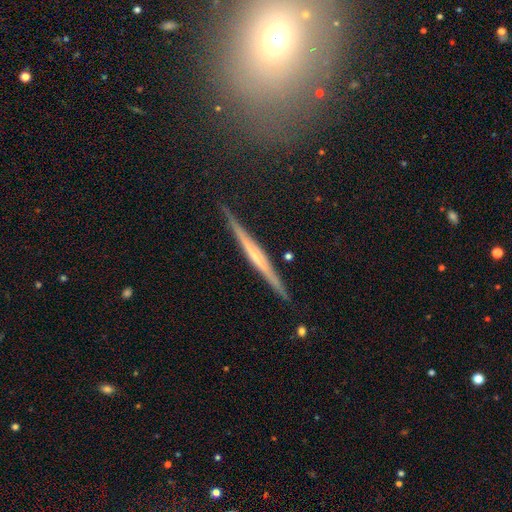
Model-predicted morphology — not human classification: A featured or disk galaxy (69%) viewed edge-on (97%) with no central bulge (61%). Merging: none (89%).